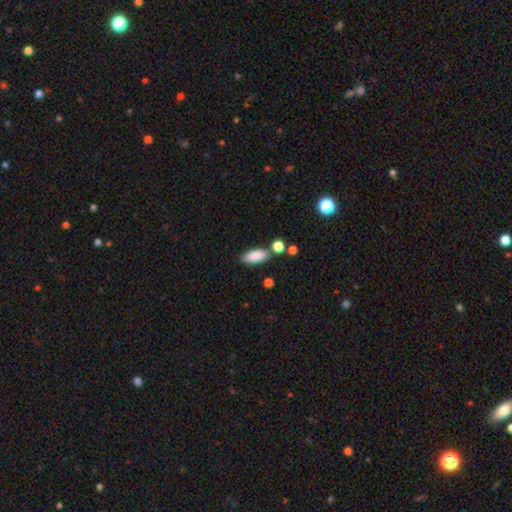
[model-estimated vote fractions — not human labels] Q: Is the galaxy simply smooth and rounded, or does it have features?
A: smooth — 87%.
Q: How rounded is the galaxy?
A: in between — 82%.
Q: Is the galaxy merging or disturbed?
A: none — 74%.